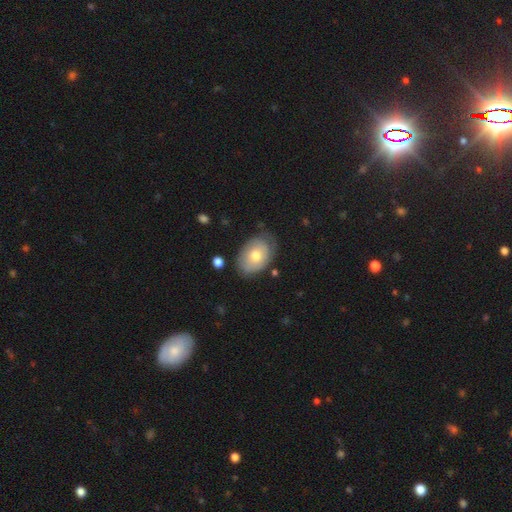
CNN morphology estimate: Smooth or featured? Predicted: smooth (p=0.61). How rounded? Predicted: in between (p=0.82). Merging? Predicted: none (p=0.66).